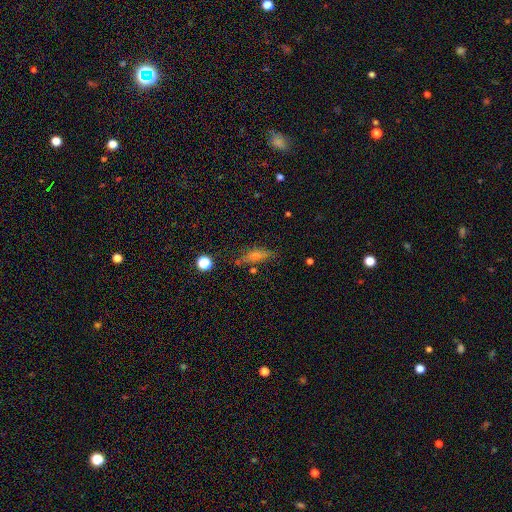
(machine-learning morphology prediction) Smooth or featured? Predicted: smooth (p=0.43). Merging? Predicted: none (p=0.76).